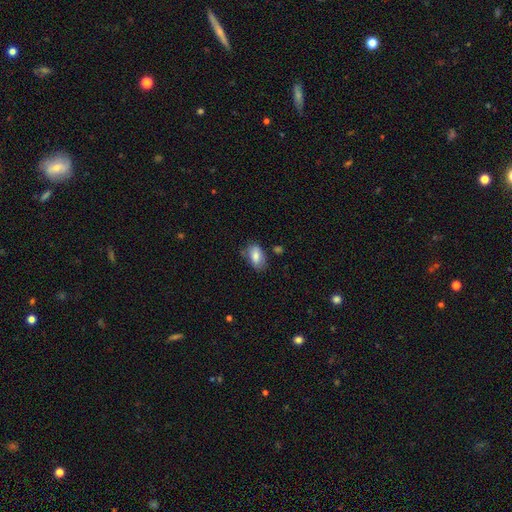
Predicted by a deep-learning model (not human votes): Smooth or featured? smooth (79%)
How rounded? in between (92%)
Merging? none (67%)